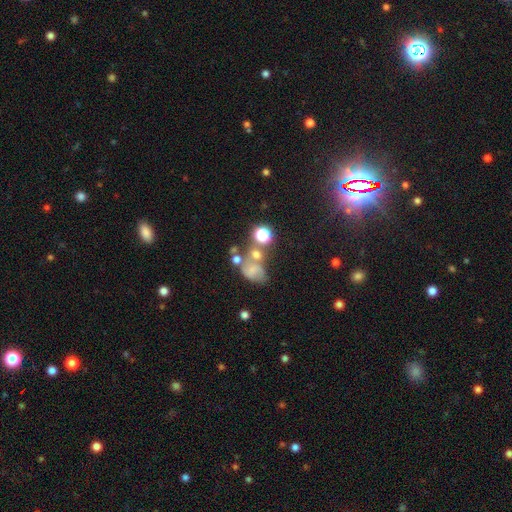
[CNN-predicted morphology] Smooth or featured? star or artifact (36%)